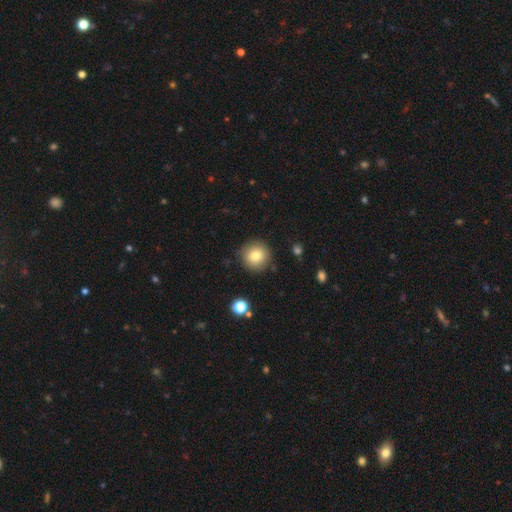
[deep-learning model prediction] A smooth galaxy with no disk features (80%) that is round (94%). Merging: none (87%).